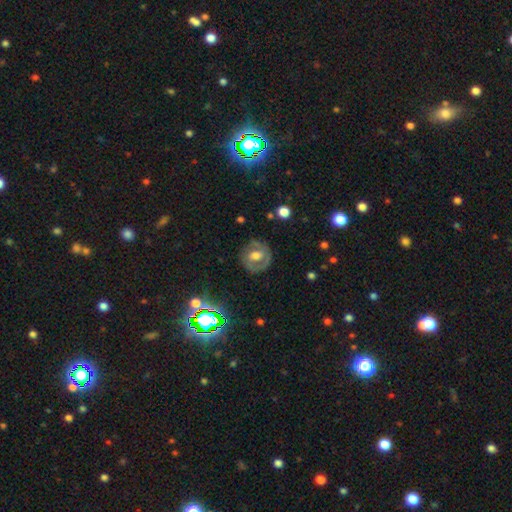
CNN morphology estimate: Overall: featured or disk (54%; smooth 37%). Edge-on disk: no (95%). Bar: no (50%; weak 35%). Spiral arms: no (59%; yes 41%). Bulge size: moderate (57%; large 26%). Merging: none (77%).